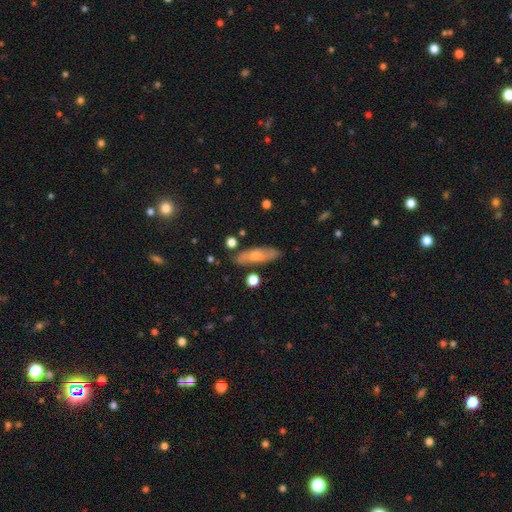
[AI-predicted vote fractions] Overall: smooth (64%; featured or disk 30%). How rounded: cigar-shaped (56%; in between 41%). Merging: none (80%).